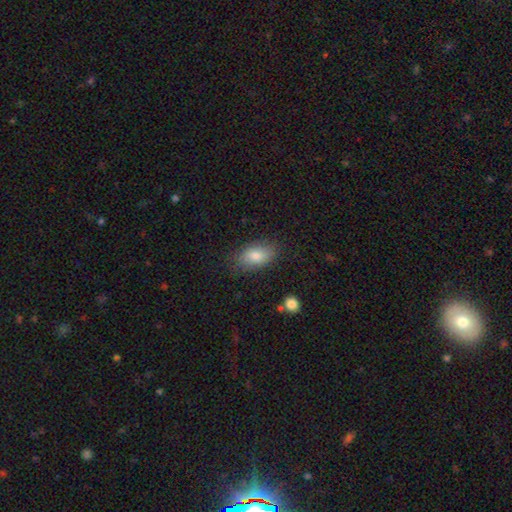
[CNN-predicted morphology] This appears to be a smooth galaxy with no disk features (82%) that is in between round and cigar-shaped (90%). Merging: none (81%).